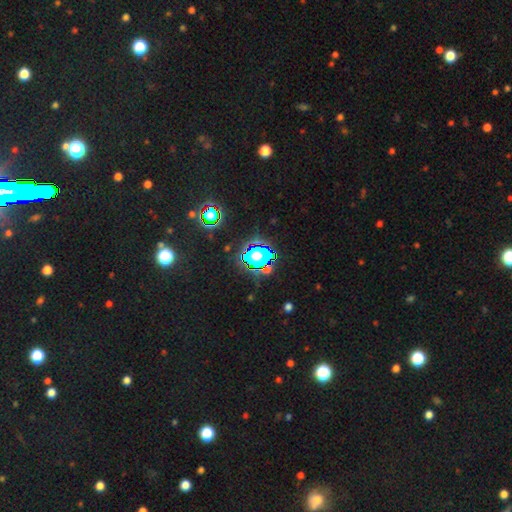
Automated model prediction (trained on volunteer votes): This is possibly a star or artifact rather than a galaxy (58%).